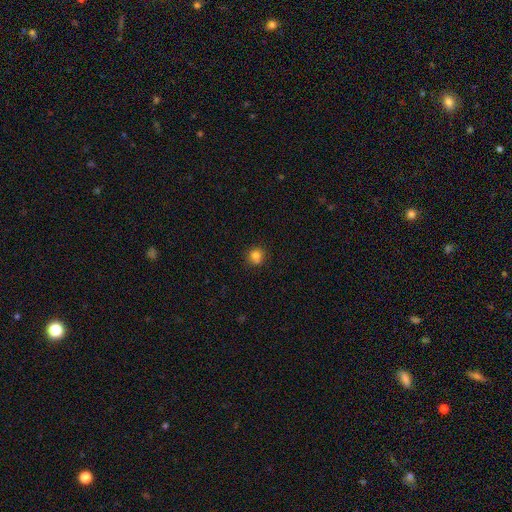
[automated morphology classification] smooth 81%, star or artifact 12%, featured or disk 7%. Down the decision tree: how rounded — round (86%); merging — none (77%).